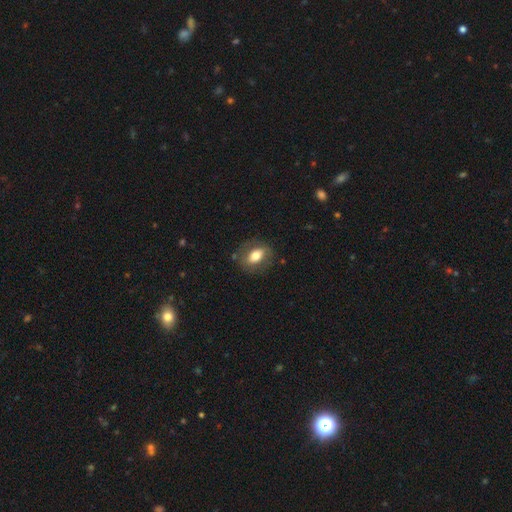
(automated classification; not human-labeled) Q: Smooth or featured?
A: smooth (65%); runner-up: featured or disk (28%)
Q: How rounded?
A: in between (76%); runner-up: round (21%)
Q: Merging?
A: none (75%); runner-up: minor disturbance (16%)